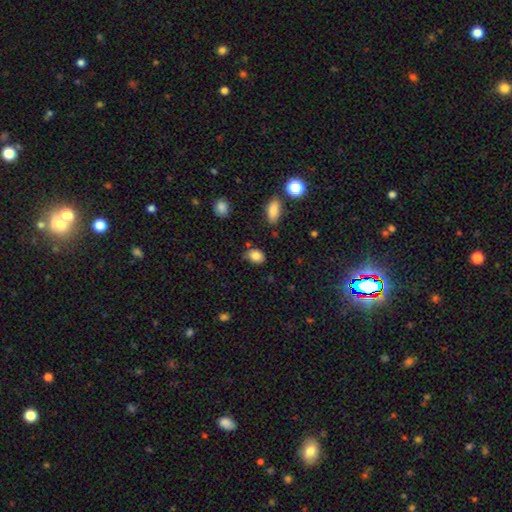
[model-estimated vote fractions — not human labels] Q: Smooth or featured?
A: smooth (84%); runner-up: star or artifact (9%)
Q: How rounded?
A: in between (70%); runner-up: round (29%)
Q: Merging?
A: none (69%); runner-up: minor disturbance (23%)